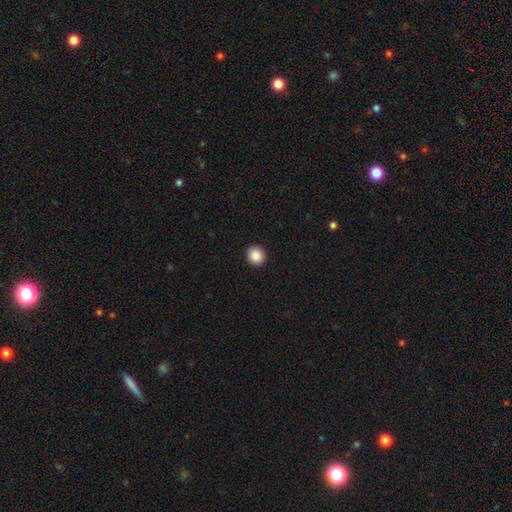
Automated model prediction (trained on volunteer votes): smooth_or_featured: smooth (p=0.88) [alt: star or artifact p=0.09]
how_rounded: round (p=0.87) [alt: in between p=0.12]
merging: none (p=0.93) [alt: minor disturbance p=0.05]